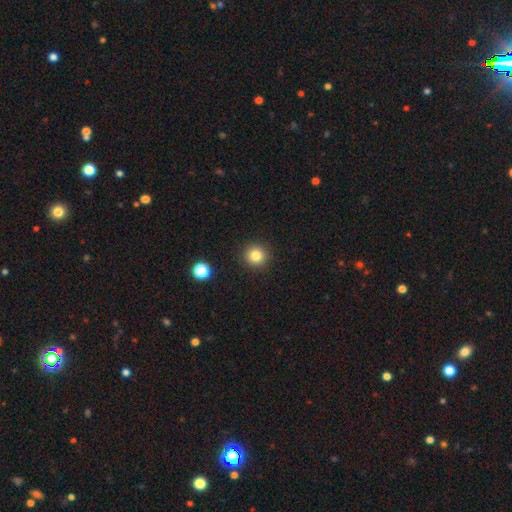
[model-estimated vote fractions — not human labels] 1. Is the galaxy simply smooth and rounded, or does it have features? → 82% smooth, 12% star or artifact, 6% featured or disk.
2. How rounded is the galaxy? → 94% round, 5% in between, 1% cigar-shaped.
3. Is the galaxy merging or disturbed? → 92% none, 5% minor disturbance, 2% major disturbance, 1% merger.